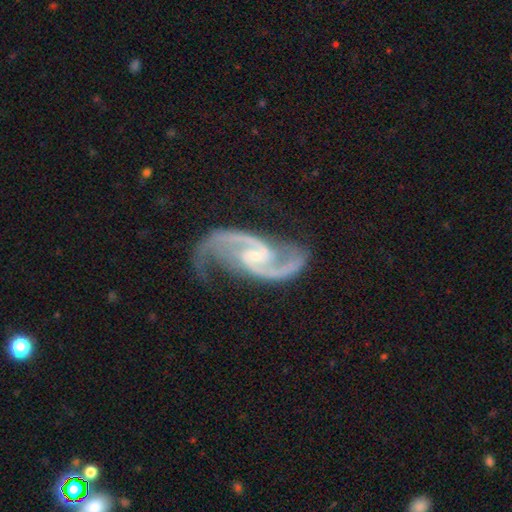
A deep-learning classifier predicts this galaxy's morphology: This is clearly a featured or disk galaxy (94%). It is clearly not viewed edge-on (98%). Bar: possibly weak (46%). Spiral arm pattern: clearly yes (99%). Spiral arm count: clearly 2 (94%). Spiral winding: possibly medium (56%). Central bulge: likely small (69%). Merging: likely none (71%).